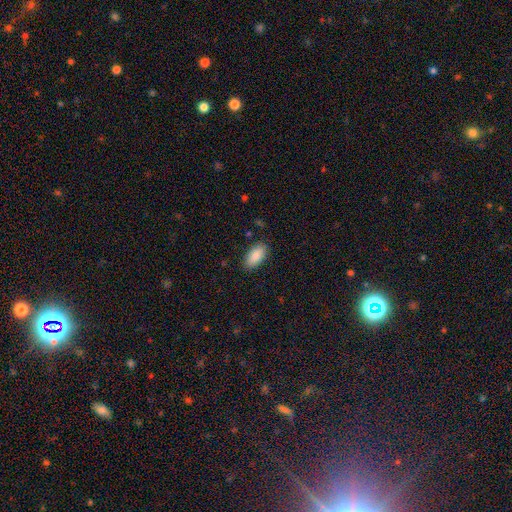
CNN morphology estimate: A smooth galaxy with no disk features (88%) that is in between round and cigar-shaped (93%).

Vote fractions:
- Smooth or featured? smooth: 88% / star or artifact: 7% / featured or disk: 5%
- How rounded? in between: 93% / cigar-shaped: 5% / round: 2%
- Merging? none: 86% / minor disturbance: 10% / major disturbance: 2% / merger: 1%